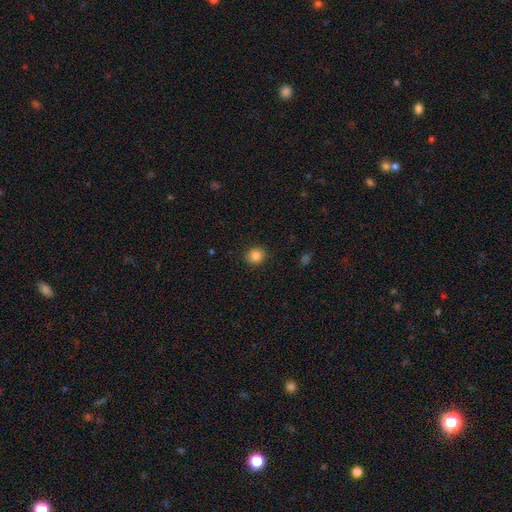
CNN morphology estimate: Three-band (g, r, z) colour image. It shows a smooth galaxy with no disk features (86%) that is round (80%). Merging: none (90%).